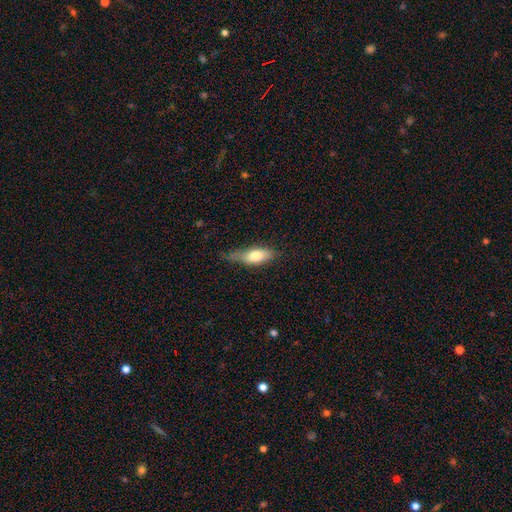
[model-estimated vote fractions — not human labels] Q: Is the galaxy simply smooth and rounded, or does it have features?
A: smooth — 71%.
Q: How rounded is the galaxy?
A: in between — 68%.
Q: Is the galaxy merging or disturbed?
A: none — 49%.